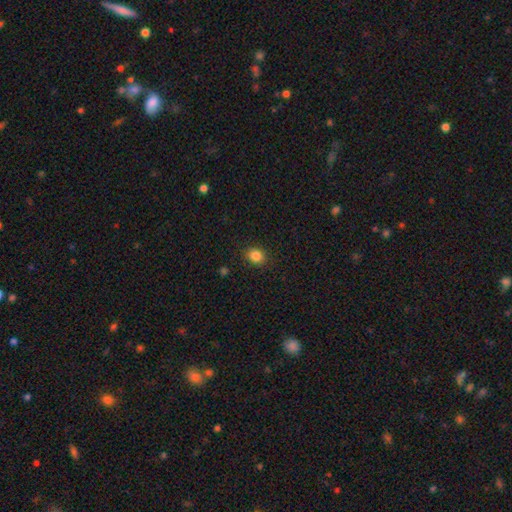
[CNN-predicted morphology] Smooth or featured? smooth (85%)
How rounded? round (60%)
Merging? none (89%)